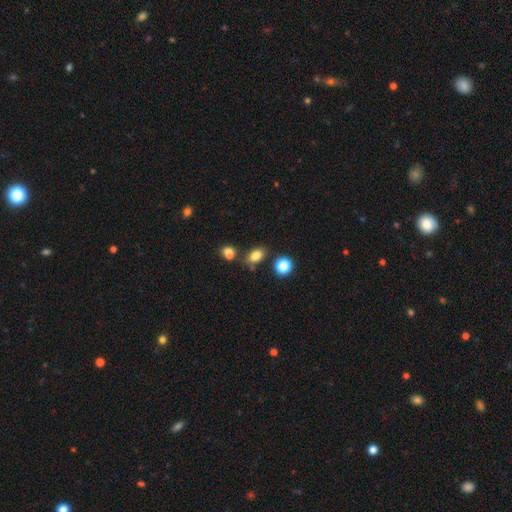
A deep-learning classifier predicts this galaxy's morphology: This is clearly a smooth galaxy (80%). How rounded: likely in between (78%). Merging: likely none (71%).